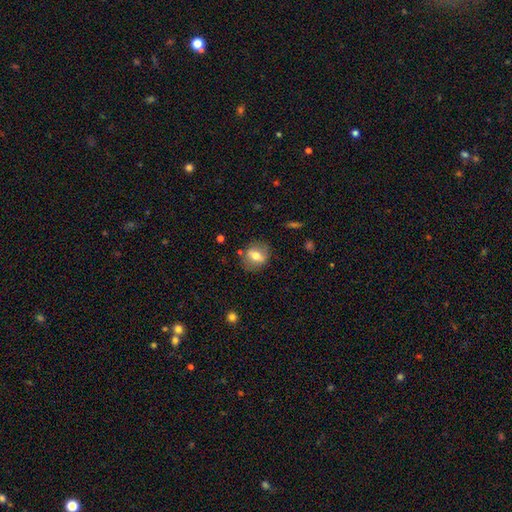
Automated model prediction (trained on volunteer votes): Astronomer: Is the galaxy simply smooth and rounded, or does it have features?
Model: smooth — 55% (runner-up: featured or disk, 36%).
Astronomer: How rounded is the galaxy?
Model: round — 58% (runner-up: in between, 39%).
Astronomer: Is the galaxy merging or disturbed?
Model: none — 79%.